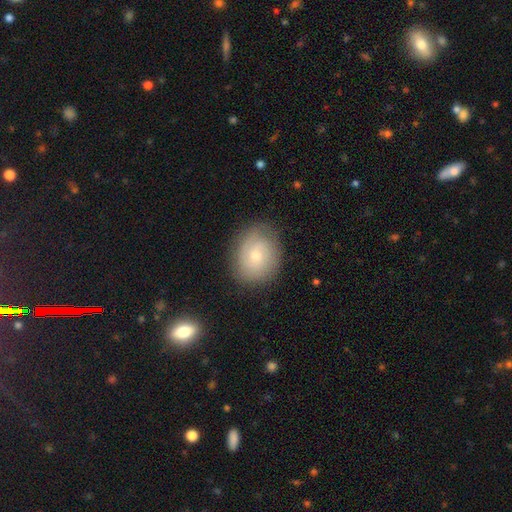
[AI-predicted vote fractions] The model was most divided on "smooth or featured": featured or disk: 49%, smooth: 42%, star or artifact: 9%. More confident: merging — none (81%).